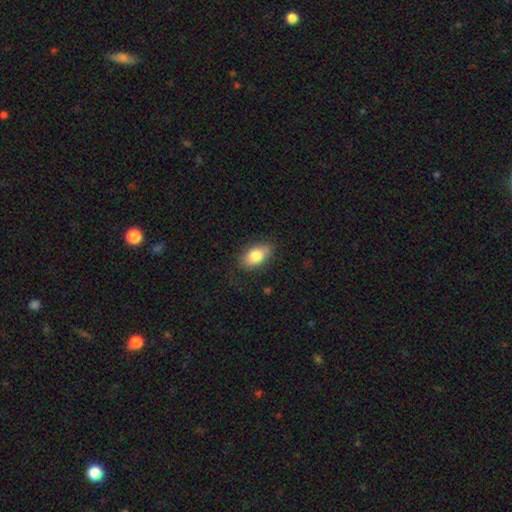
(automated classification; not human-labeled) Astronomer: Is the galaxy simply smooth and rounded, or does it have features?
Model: smooth — 81%.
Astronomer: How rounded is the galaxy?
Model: in between — 89%.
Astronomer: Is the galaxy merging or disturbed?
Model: none — 78%.